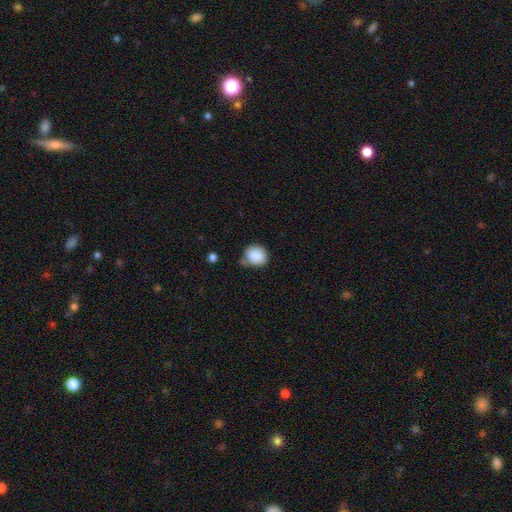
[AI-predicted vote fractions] A smooth galaxy with no disk features (88%) that is round (70%). Merging: none (64%).